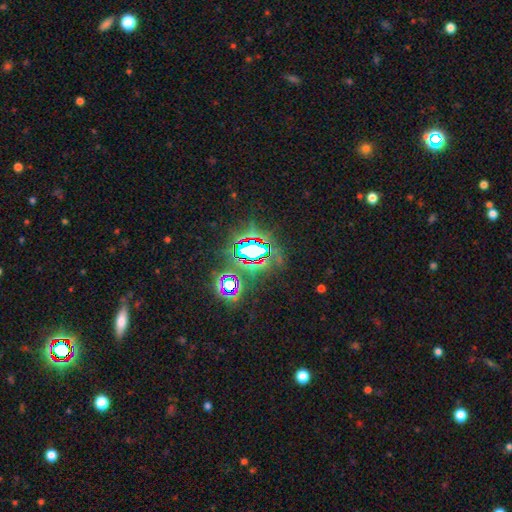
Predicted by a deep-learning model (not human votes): smooth-or-featured: star or artifact: 81% | smooth: 10% | featured or disk: 9%